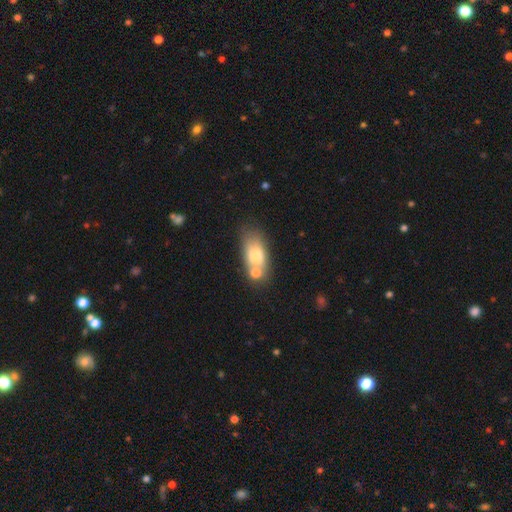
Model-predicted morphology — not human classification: A smooth galaxy with no disk features (71%) that is in between round and cigar-shaped (81%).

Vote fractions:
- Smooth or featured? smooth: 71% / featured or disk: 20% / star or artifact: 9%
- How rounded? in between: 81% / cigar-shaped: 10% / round: 9%
- Merging? none: 49% / merger: 30% / minor disturbance: 16% / major disturbance: 6%